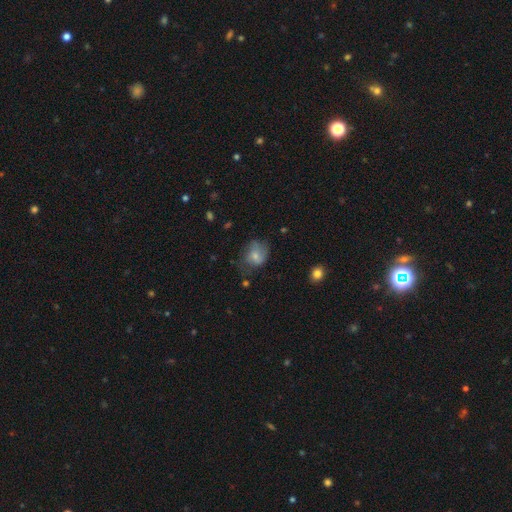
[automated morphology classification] Q: Smooth or featured?
A: smooth (65%); runner-up: featured or disk (25%)
Q: How rounded?
A: in between (52%); runner-up: round (47%)
Q: Merging?
A: none (47%); runner-up: minor disturbance (31%)